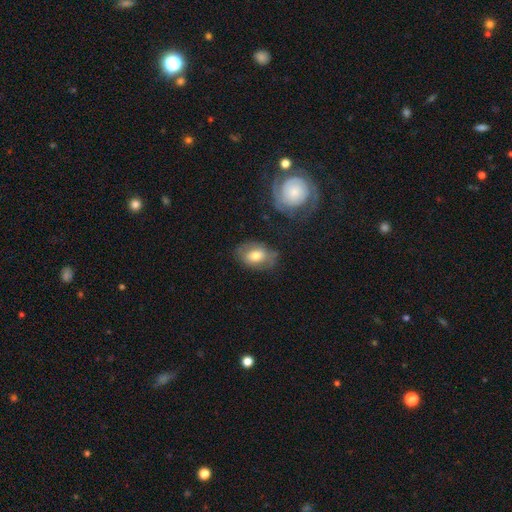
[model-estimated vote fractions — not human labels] smooth-or-featured: smooth: 63% | featured or disk: 30% | star or artifact: 7%
  how-rounded: in between: 79% | round: 19% | cigar-shaped: 1%
  merging: none: 68% | minor disturbance: 21% | major disturbance: 8% | merger: 3%